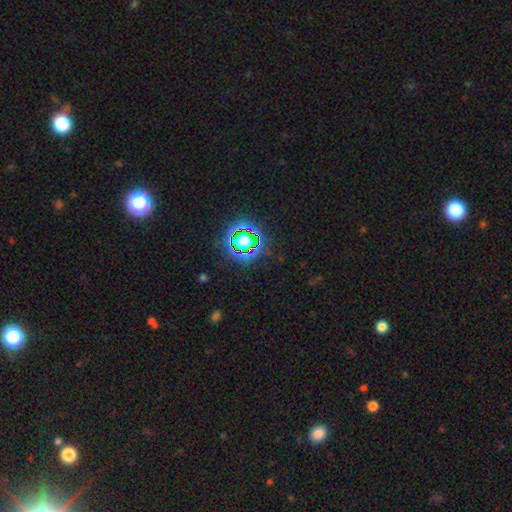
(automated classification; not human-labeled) Q: Smooth or featured?
A: star or artifact (74%); runner-up: smooth (19%)